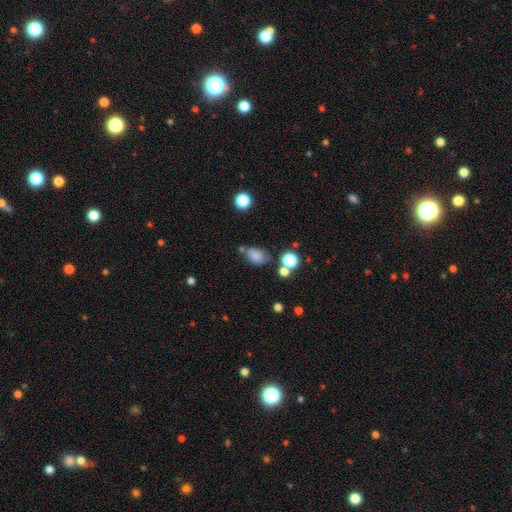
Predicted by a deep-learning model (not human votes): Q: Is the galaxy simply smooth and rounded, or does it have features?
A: smooth — 80%.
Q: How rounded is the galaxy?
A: in between — 71%.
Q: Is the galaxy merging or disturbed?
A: none — 57%.